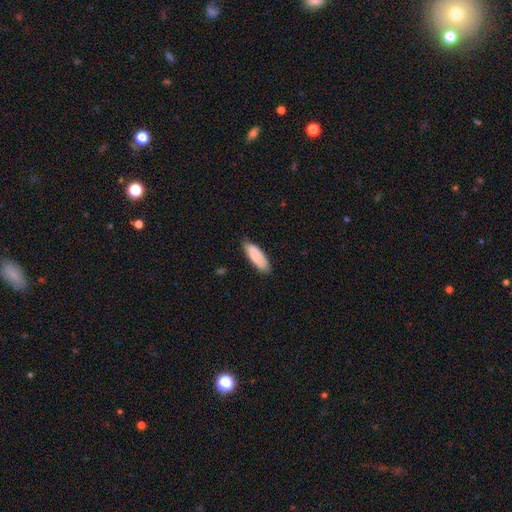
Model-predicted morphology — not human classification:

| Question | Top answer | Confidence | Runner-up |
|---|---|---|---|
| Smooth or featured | smooth | 85% | featured or disk (9%) |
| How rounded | in between | 59% | cigar-shaped (40%) |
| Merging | none | 80% | minor disturbance (17%) |